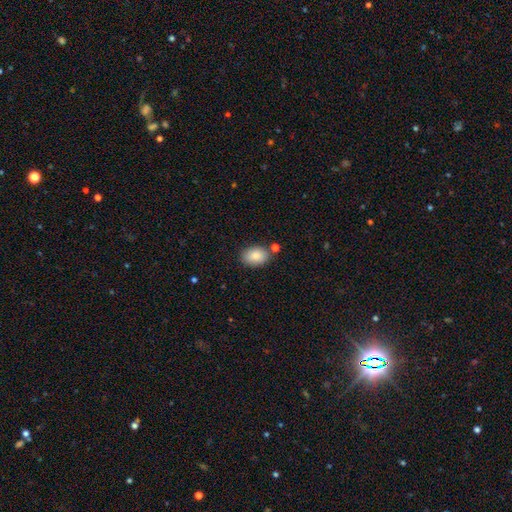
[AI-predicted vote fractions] smooth-or-featured: smooth: 87% | star or artifact: 7% | featured or disk: 6%
  how-rounded: in between: 84% | round: 14% | cigar-shaped: 1%
  merging: none: 78% | minor disturbance: 13% | merger: 6% | major disturbance: 3%